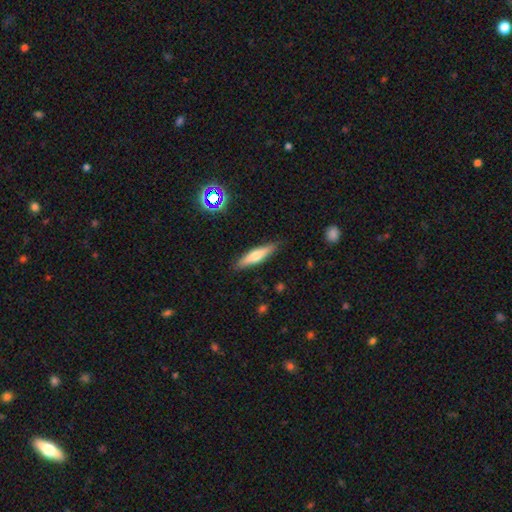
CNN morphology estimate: A smooth galaxy with no disk features (57%) that is cigar-shaped (75%). Merging: none (88%).